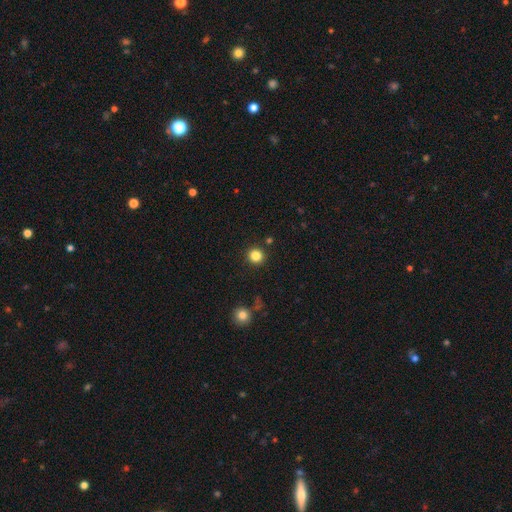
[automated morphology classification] Smooth or featured? smooth (84%)
How rounded? round (93%)
Merging? none (90%)